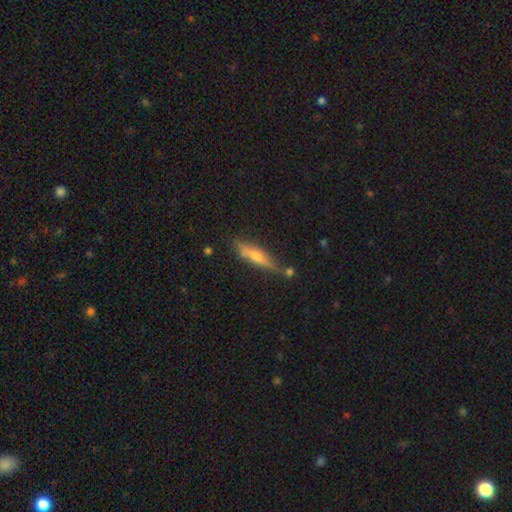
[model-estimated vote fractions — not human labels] This appears to be a featured or disk galaxy (52%) viewed edge-on (90%). Merging: none (73%).